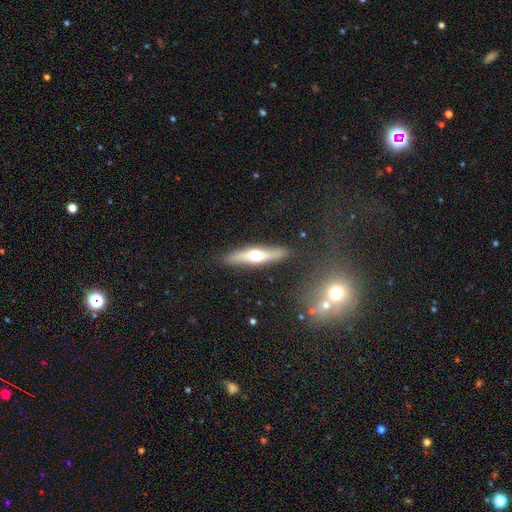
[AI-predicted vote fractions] The model was most divided on "smooth or featured": featured or disk: 53%, smooth: 41%, star or artifact: 6%. More confident: edge-on disk — yes (86%); merging — none (86%).